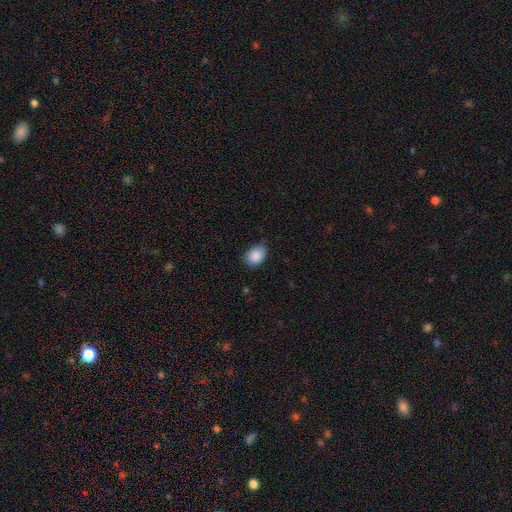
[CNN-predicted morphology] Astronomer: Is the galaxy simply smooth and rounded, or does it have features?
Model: smooth — 89%.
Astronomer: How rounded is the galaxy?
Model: in between — 70%.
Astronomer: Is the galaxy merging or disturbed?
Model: none — 76%.